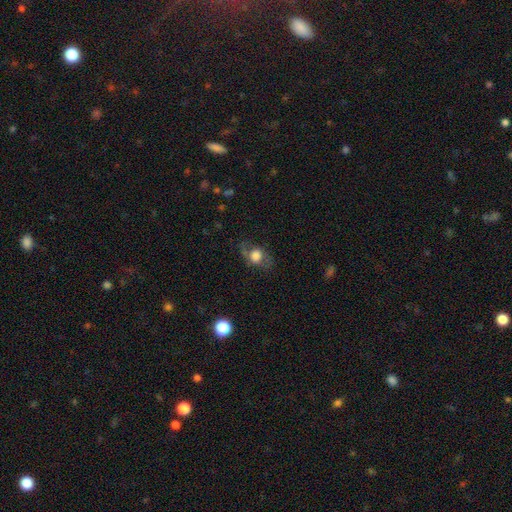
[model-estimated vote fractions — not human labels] Morphology: type=smooth (59%); roundness=in between (49%, tied with round); merging=none (64%).